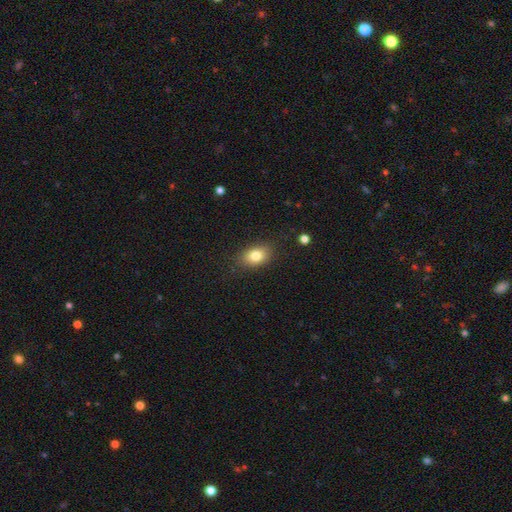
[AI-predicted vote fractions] Overall: smooth (81%). How rounded: in between (81%). Merging: none (83%).